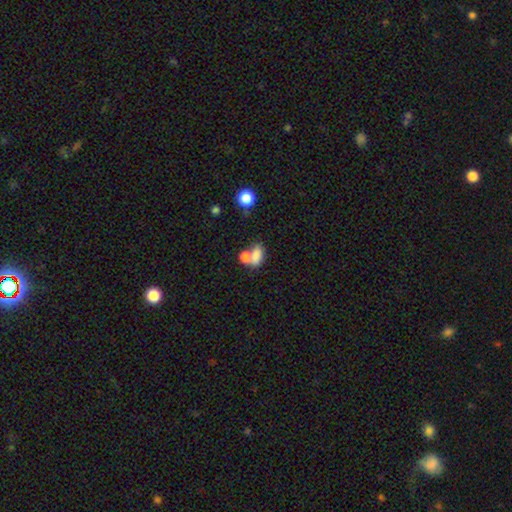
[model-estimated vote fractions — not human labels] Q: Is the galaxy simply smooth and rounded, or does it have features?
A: smooth — 78%.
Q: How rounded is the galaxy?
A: in between — 80%.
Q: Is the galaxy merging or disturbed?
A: merger — 48%.